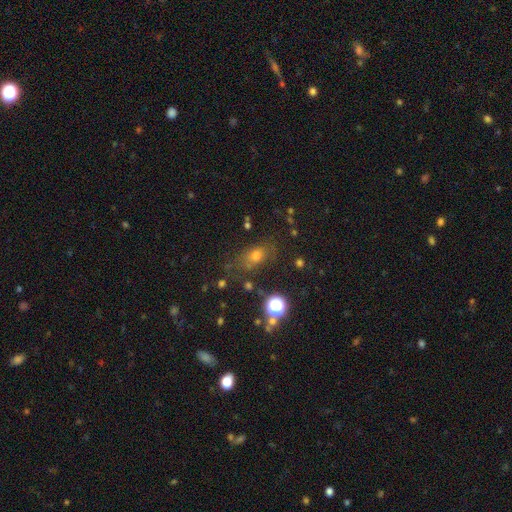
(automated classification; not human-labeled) Overall: smooth (62%; star or artifact 25%). How rounded: in between (63%; round 32%). Merging: none (68%).